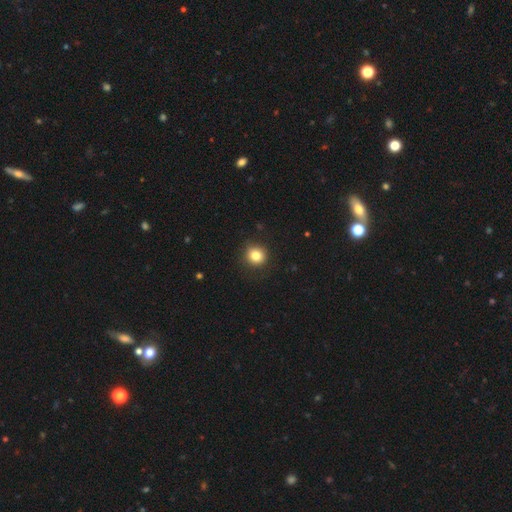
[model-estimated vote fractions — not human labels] A smooth galaxy with no disk features (82%) that is round (91%).

Vote fractions:
- Smooth or featured? smooth: 82% / star or artifact: 11% / featured or disk: 7%
- How rounded? round: 91% / in between: 8% / cigar-shaped: 1%
- Merging? none: 89% / minor disturbance: 8% / major disturbance: 2% / merger: 1%